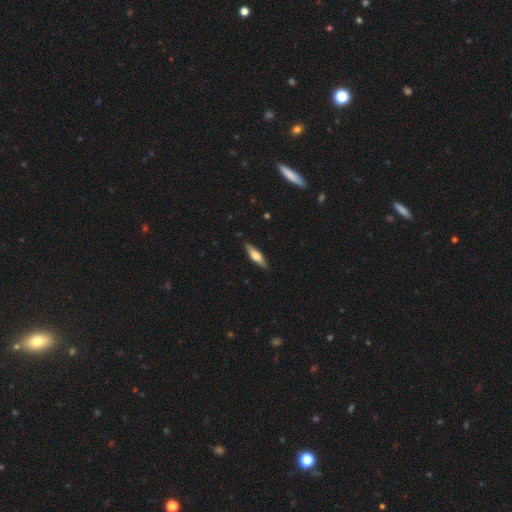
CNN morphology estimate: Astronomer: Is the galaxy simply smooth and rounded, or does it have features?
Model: smooth — 55% (runner-up: featured or disk, 40%).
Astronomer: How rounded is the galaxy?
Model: cigar-shaped — 63%.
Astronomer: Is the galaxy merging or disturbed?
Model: none — 87%.